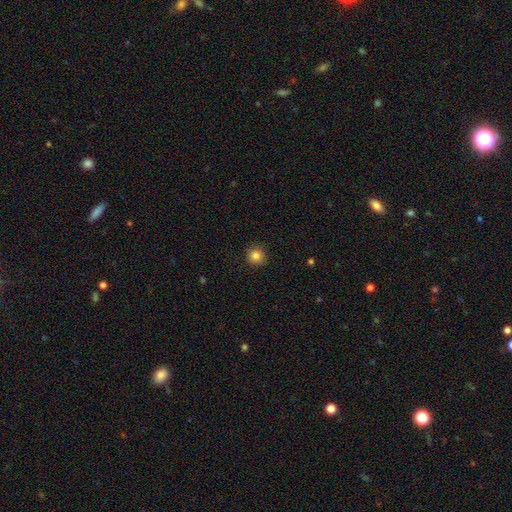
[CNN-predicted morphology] smooth_or_featured: smooth (p=0.85) [alt: star or artifact p=0.11]
how_rounded: round (p=0.94) [alt: in between p=0.05]
merging: none (p=0.91) [alt: minor disturbance p=0.06]